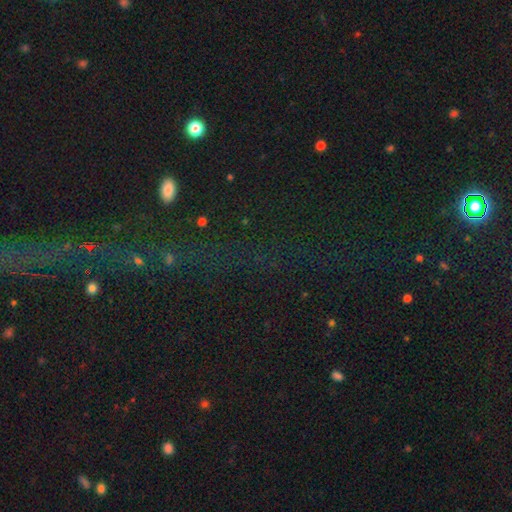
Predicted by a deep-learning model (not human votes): A star or artifact, not a galaxy (69%).